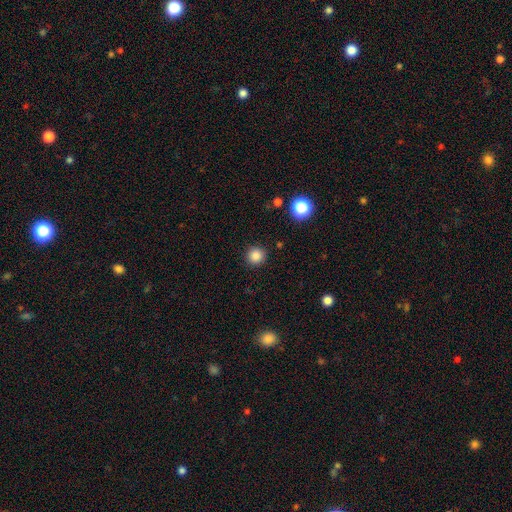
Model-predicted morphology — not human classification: Smooth or featured: smooth — 85% (star or artifact — 12%)
How rounded: round — 94% (in between — 5%)
Merging: none — 91% (minor disturbance — 6%)